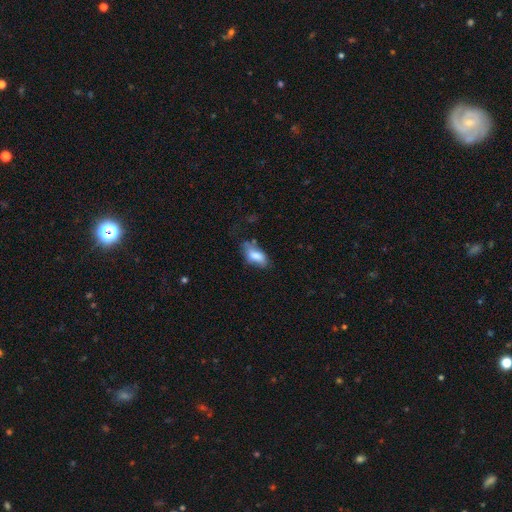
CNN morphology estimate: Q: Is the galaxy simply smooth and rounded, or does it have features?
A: smooth — 75%.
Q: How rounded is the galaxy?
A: in between — 88%.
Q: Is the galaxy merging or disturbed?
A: none — 51%.